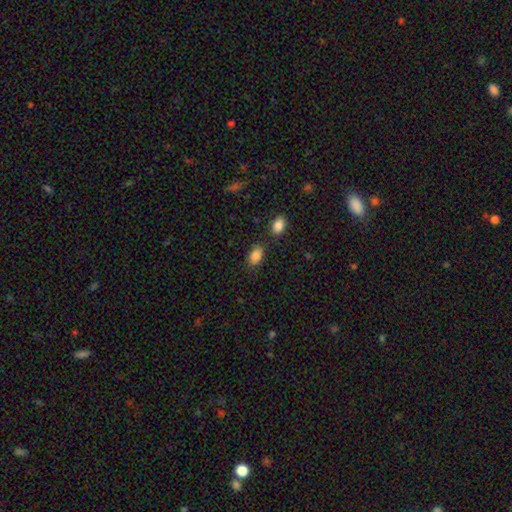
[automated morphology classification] This is clearly a smooth galaxy (87%). How rounded: clearly in between (89%). Merging: likely none (75%).